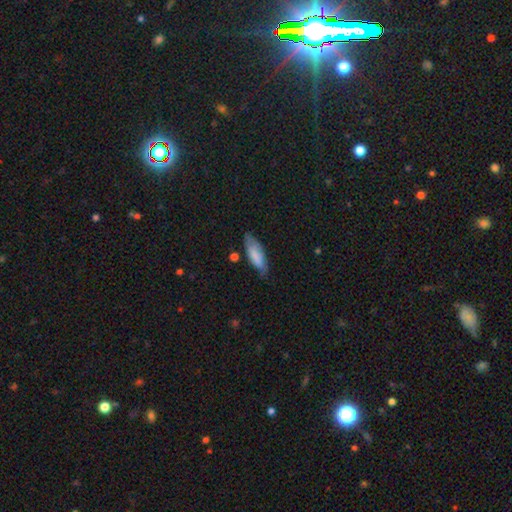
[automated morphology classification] type=smooth (76%); roundness=in between (67%); merging=none (62%).